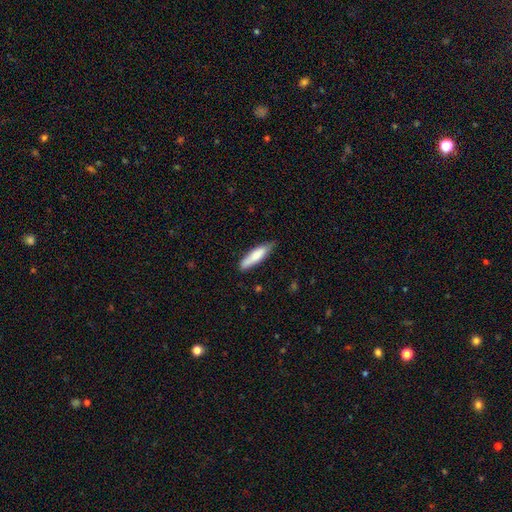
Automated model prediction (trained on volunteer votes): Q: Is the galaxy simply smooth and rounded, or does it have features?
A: smooth — 77%.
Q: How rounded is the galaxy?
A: cigar-shaped — 70%.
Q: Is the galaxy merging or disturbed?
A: none — 70%.